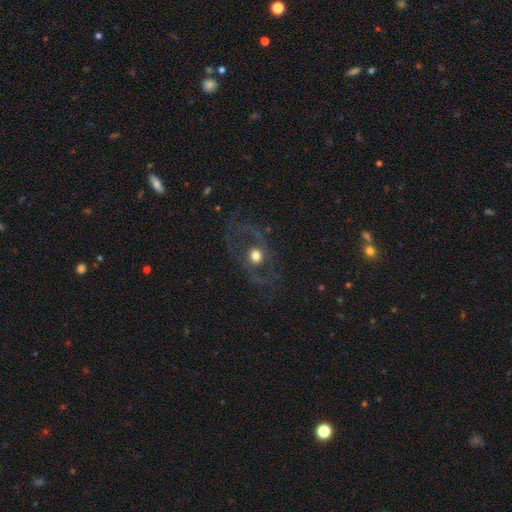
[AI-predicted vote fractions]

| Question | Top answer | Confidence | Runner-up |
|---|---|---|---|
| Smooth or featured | featured or disk | 64% | smooth (25%) |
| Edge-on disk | no | 92% | yes (8%) |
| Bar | no | 77% | weak (16%) |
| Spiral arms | no | 51% | yes (49%) |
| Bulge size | moderate | 65% | large (21%) |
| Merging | none | 64% | major disturbance (18%) |